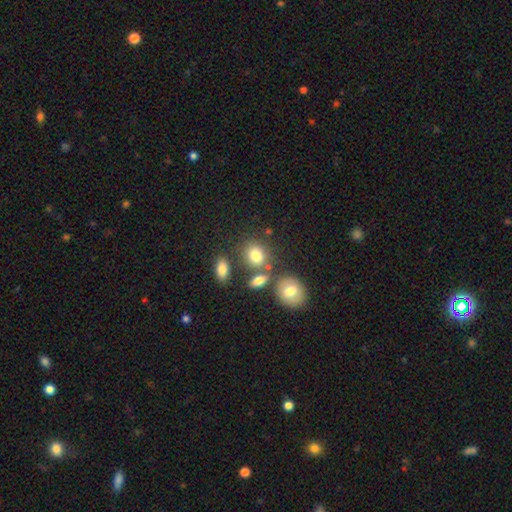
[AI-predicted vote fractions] smooth-or-featured: smooth: 78% | star or artifact: 12% | featured or disk: 10%
  how-rounded: round: 58% | in between: 40% | cigar-shaped: 2%
  merging: none: 63% | merger: 20% | minor disturbance: 12% | major disturbance: 5%